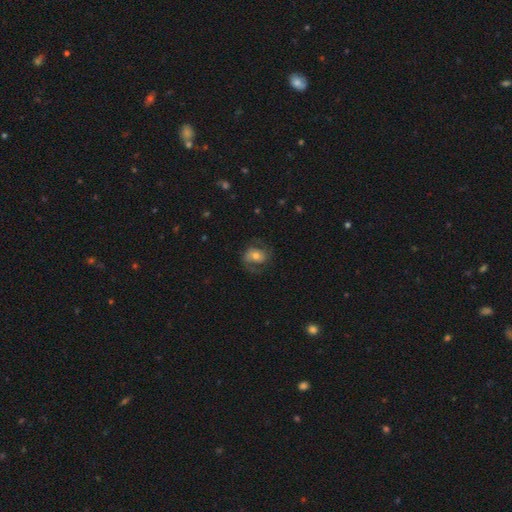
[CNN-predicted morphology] This appears to be a featured or disk galaxy (60%) with no bar (59%), spiral arms (83%) and a moderate central bulge (62%). Merging: none (65%).